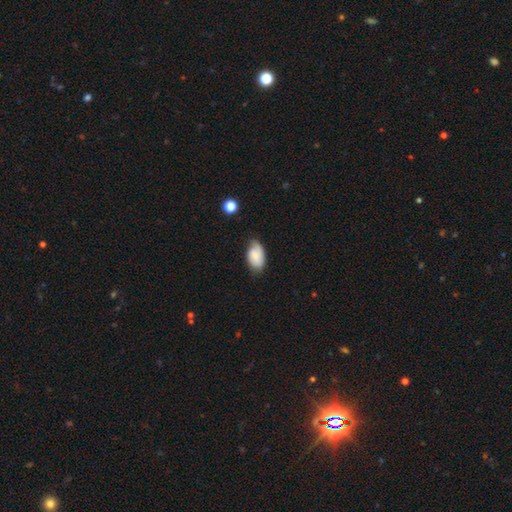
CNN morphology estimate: This is likely a smooth galaxy (72%). How rounded: clearly in between (93%). Merging: likely none (60%).